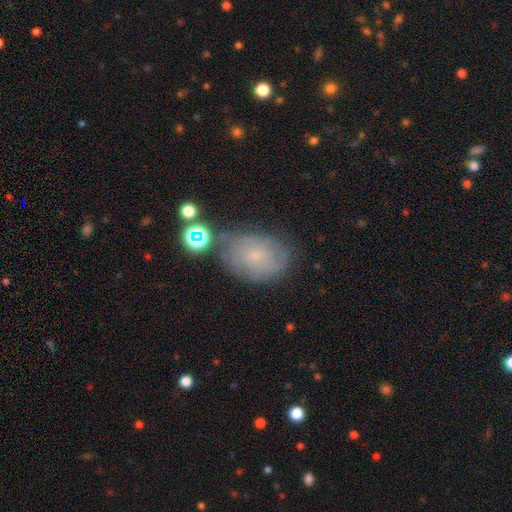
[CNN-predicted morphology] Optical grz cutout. It shows a featured or disk galaxy (45%). Merging: none (61%).